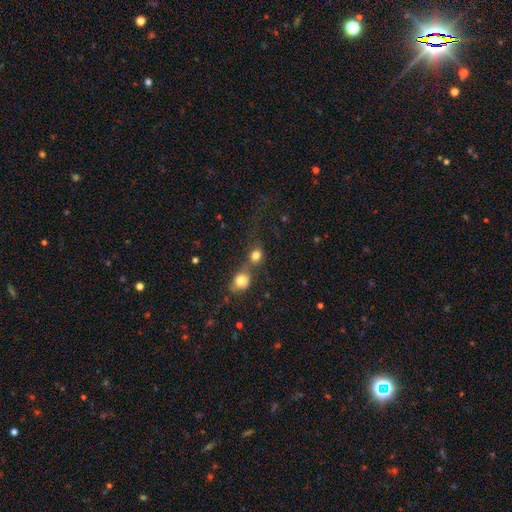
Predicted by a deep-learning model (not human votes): Overall: smooth (80%). How rounded: round (68%; in between 30%). Merging: merger (50%; none 36%).